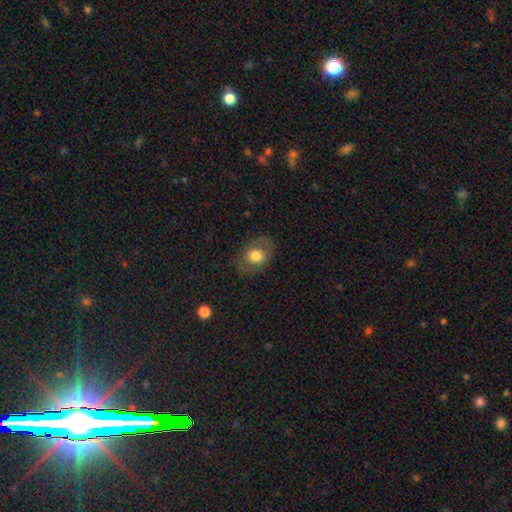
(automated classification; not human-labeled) This is likely a smooth galaxy (68%). How rounded: likely in between (62%). Merging: likely none (76%).